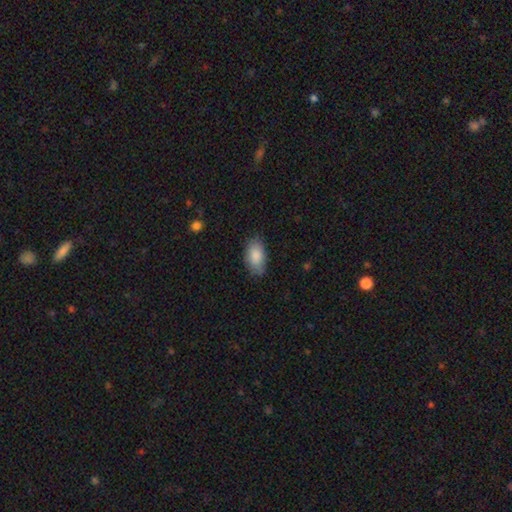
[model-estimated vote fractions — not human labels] Morphology: type=smooth (87%); roundness=in between (93%); merging=none (79%).